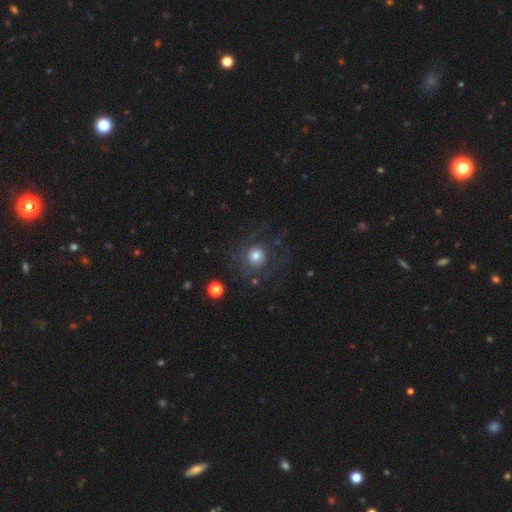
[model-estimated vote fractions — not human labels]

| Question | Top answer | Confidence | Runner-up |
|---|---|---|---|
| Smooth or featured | smooth | 44% | featured or disk (43%) |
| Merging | none | 67% | major disturbance (18%) |